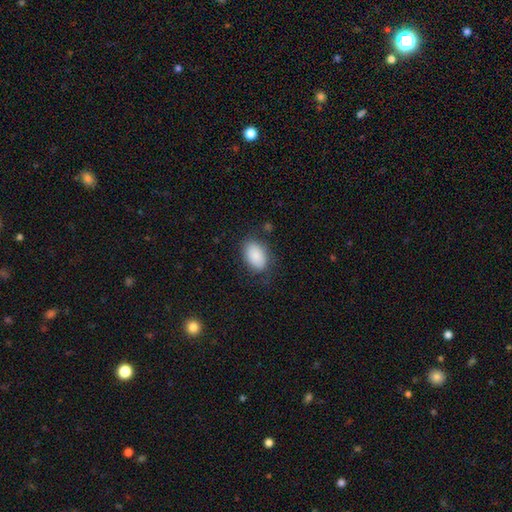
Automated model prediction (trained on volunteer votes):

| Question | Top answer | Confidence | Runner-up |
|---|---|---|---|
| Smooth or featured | smooth | 88% | star or artifact (7%) |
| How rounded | in between | 91% | round (8%) |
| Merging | none | 76% | minor disturbance (17%) |